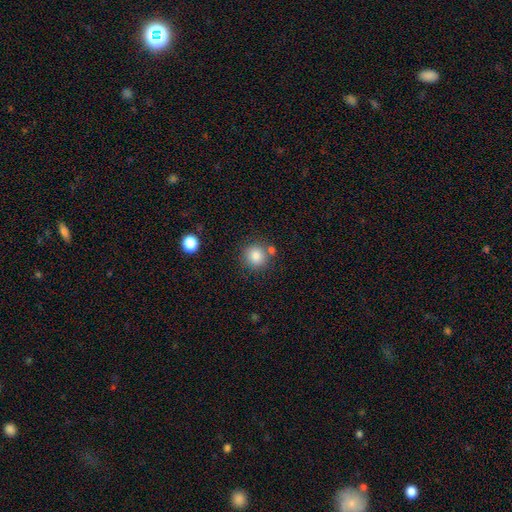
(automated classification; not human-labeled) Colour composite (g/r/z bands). It shows a smooth galaxy with no disk features (85%) that is round (91%). Merging: none (77%).